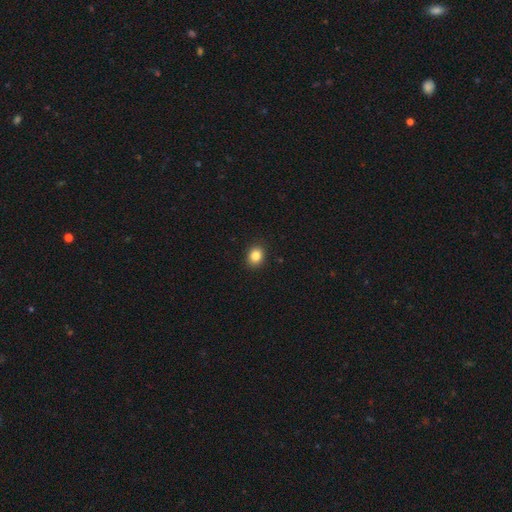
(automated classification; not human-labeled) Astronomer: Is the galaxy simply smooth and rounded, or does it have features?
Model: smooth — 85%.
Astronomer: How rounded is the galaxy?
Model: round — 57% (runner-up: in between, 42%).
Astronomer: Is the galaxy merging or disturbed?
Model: none — 90%.